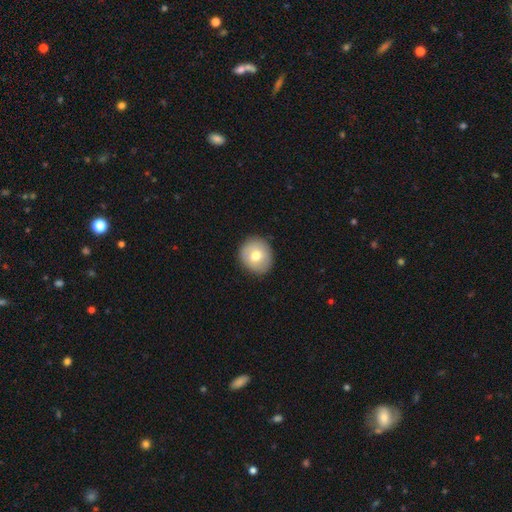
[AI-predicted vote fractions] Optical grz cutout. It shows a smooth galaxy with no disk features (71%) that is round (84%). Merging: none (88%).